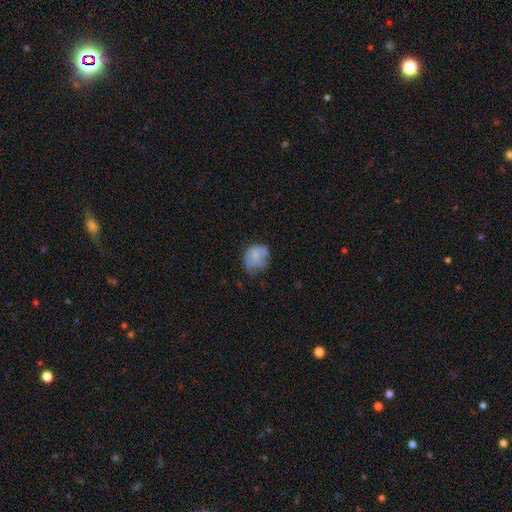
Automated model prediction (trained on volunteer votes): Morphology: type=smooth (66%); roundness=round (67%); merging=none (43%).